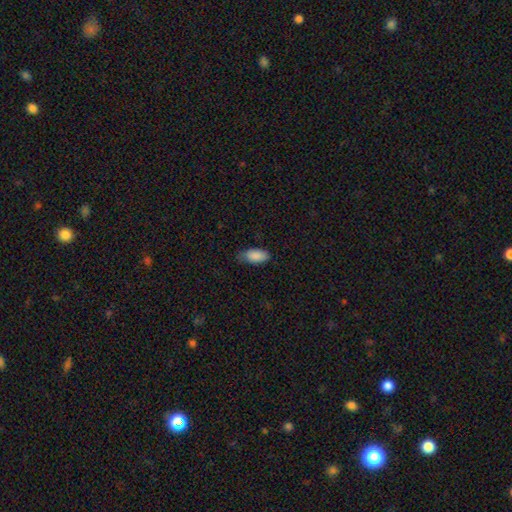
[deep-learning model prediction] smooth_or_featured: smooth (p=0.88) [alt: star or artifact p=0.07]
how_rounded: in between (p=0.91) [alt: cigar-shaped p=0.07]
merging: none (p=0.65) [alt: minor disturbance p=0.28]